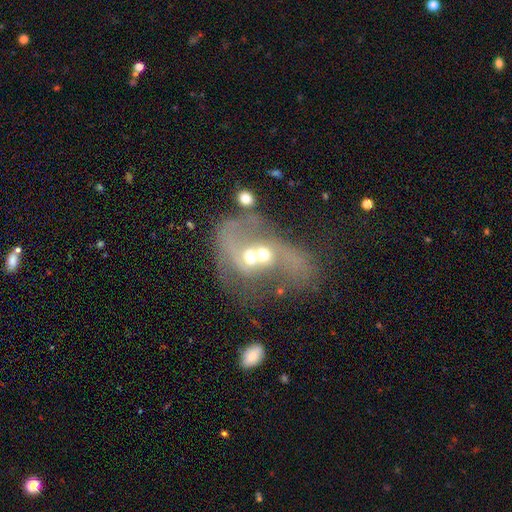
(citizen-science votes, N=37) This is likely a featured or disk galaxy (70%). It is clearly not viewed edge-on (100%). Bar: likely no (62%). Spiral arm pattern: likely yes (65%). Spiral arm count: likely 2 (76%). Spiral winding: likely loose (71%). Central bulge: possibly moderate (58%). Merging: likely merger (74%).